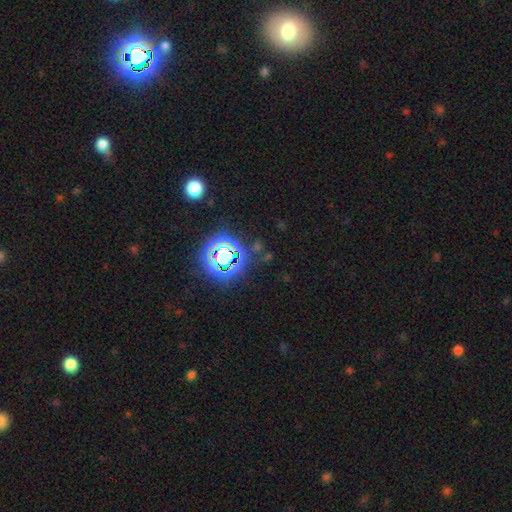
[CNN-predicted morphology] Smooth or featured?
  - star or artifact: 79% *
  - smooth: 14%
  - featured or disk: 7%